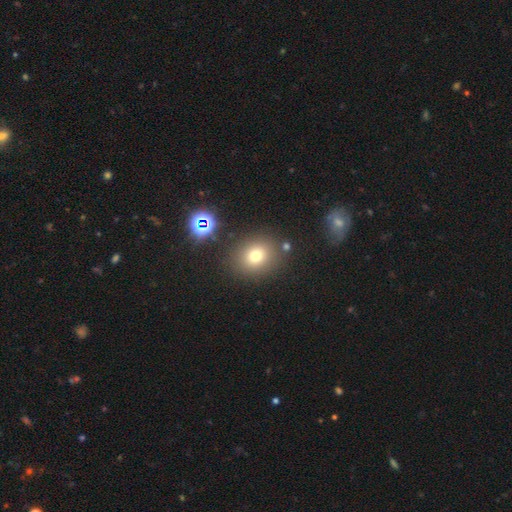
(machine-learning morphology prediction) A smooth galaxy with no disk features (73%) that is round (71%).

Vote fractions:
- Smooth or featured? smooth: 73% / star or artifact: 17% / featured or disk: 10%
- How rounded? round: 71% / in between: 28% / cigar-shaped: 1%
- Merging? none: 82% / minor disturbance: 9% / merger: 5% / major disturbance: 4%